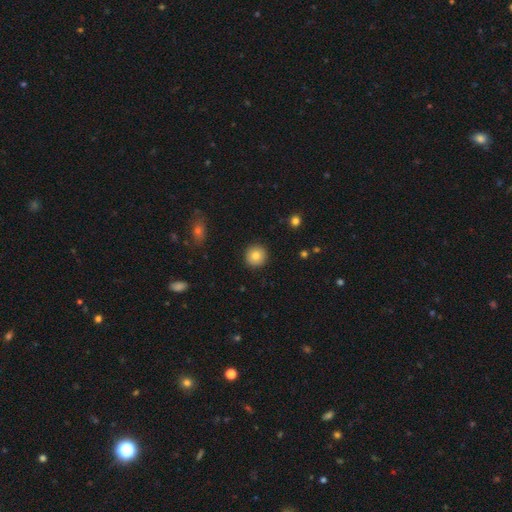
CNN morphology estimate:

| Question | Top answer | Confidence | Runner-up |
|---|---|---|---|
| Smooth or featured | smooth | 81% | featured or disk (10%) |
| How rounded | round | 94% | in between (5%) |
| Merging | none | 92% | minor disturbance (5%) |